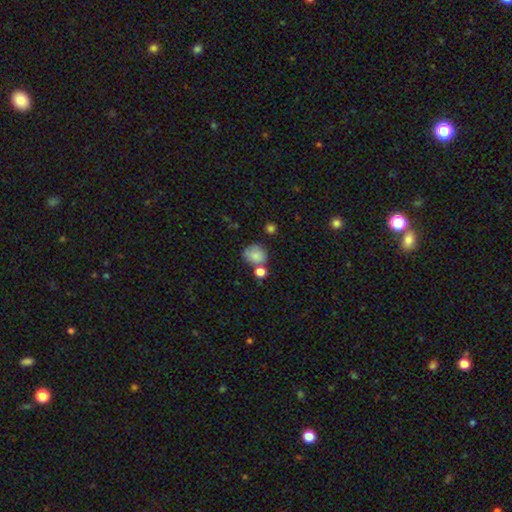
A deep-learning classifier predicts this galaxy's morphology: Smooth or featured? Predicted: smooth (p=0.81). How rounded? Predicted: round (p=0.70). Merging? Predicted: none (p=0.57).